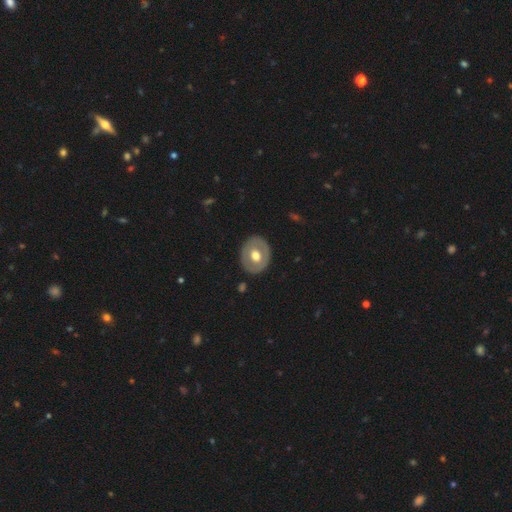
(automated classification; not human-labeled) Q: Smooth or featured?
A: featured or disk (48%); runner-up: smooth (47%)
Q: Merging?
A: none (86%); runner-up: minor disturbance (10%)